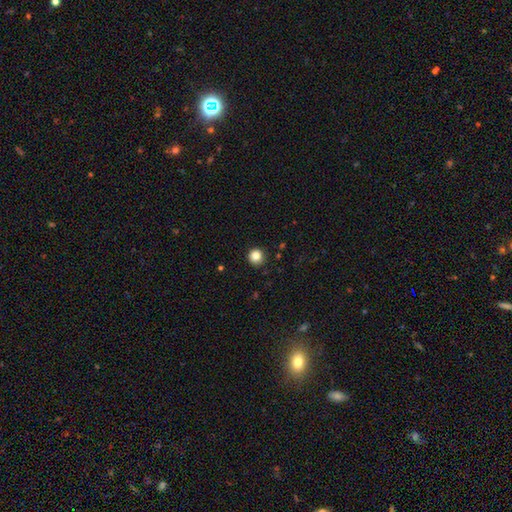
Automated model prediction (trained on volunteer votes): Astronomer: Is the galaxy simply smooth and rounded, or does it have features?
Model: smooth — 84%.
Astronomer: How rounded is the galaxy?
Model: round — 95%.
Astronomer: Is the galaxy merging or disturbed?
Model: none — 91%.